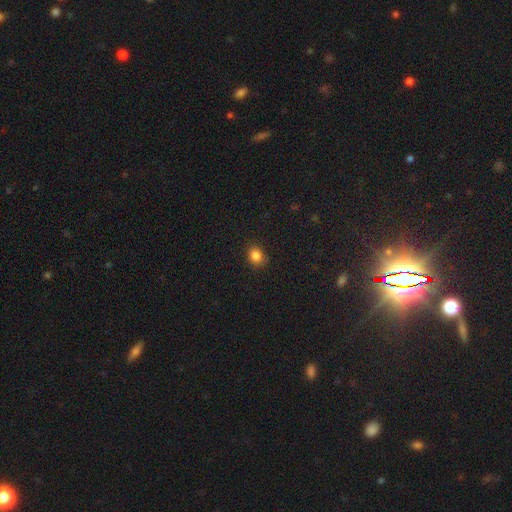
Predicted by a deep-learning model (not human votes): Overall: smooth (85%). How rounded: round (61%; in between 38%). Merging: none (85%).